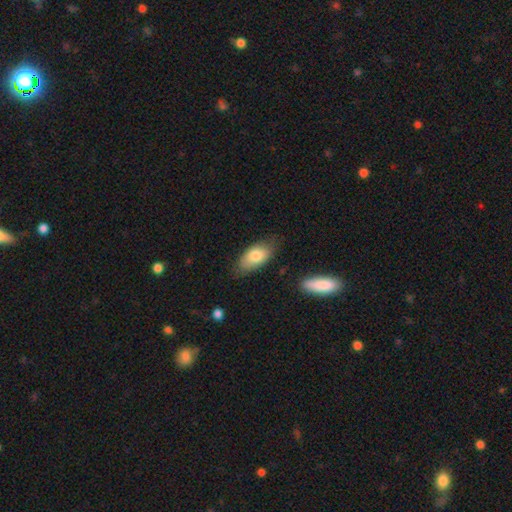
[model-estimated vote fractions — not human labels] smooth 79%, featured or disk 15%, star or artifact 6%. Down the decision tree: how rounded — in between (91%); merging — none (69%).